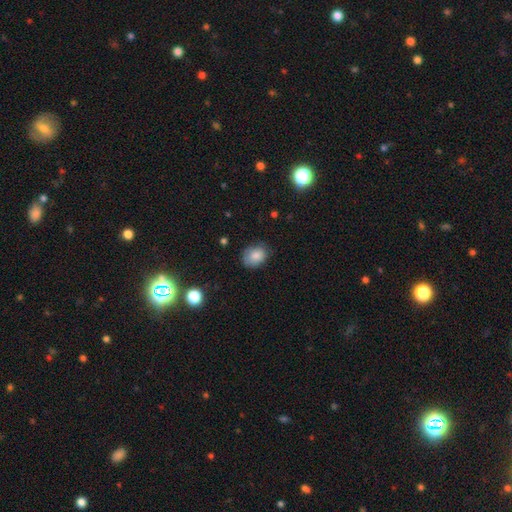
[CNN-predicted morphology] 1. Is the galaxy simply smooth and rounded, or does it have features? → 84% smooth, 9% star or artifact, 7% featured or disk.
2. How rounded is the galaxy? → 64% in between, 35% round, 1% cigar-shaped.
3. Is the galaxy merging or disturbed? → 71% none, 23% minor disturbance, 5% major disturbance, 1% merger.